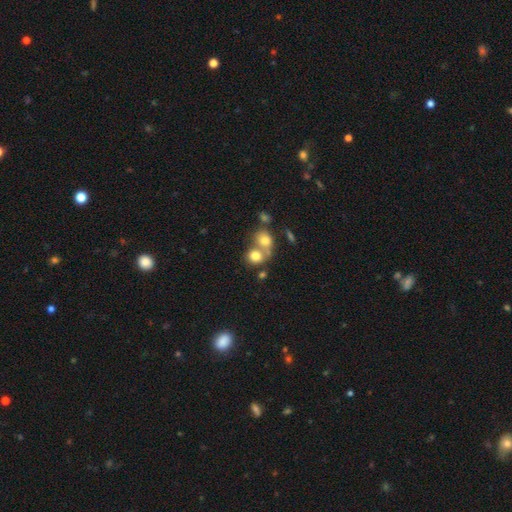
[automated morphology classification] Smooth or featured? smooth (76%)
How rounded? round (68%)
Merging? merger (54%)